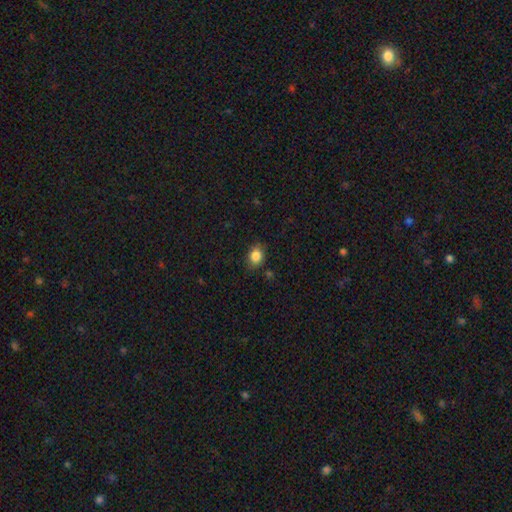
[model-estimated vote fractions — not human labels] A smooth galaxy with no disk features (85%) that is in between round and cigar-shaped (60%). Merging: none (81%).